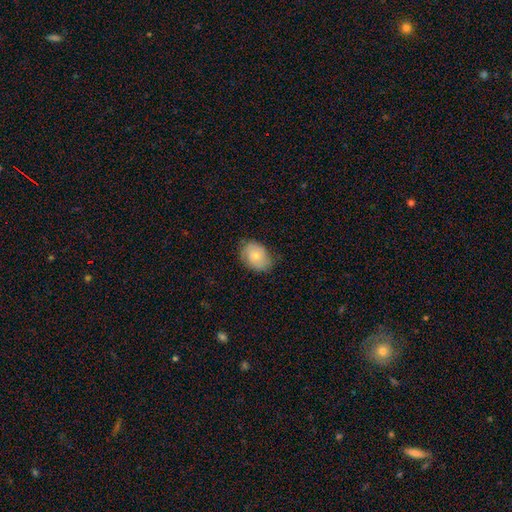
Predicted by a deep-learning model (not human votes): The model was most divided on "smooth or featured": smooth: 65%, featured or disk: 28%, star or artifact: 7%. More confident: merging — none (73%); how rounded — in between (73%).